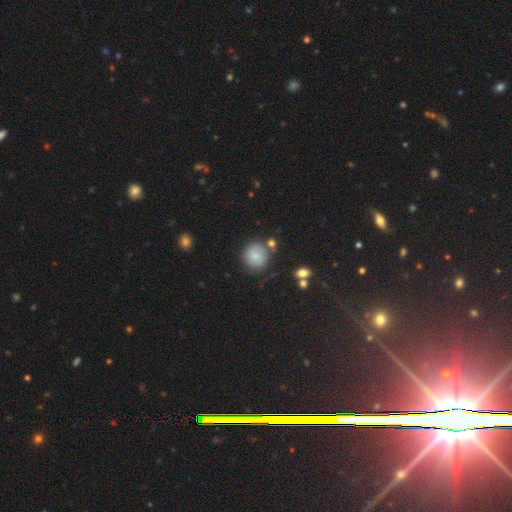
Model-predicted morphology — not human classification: Smooth or featured: smooth — 72% (featured or disk — 19%)
How rounded: round — 88% (in between — 11%)
Merging: none — 74% (minor disturbance — 15%)